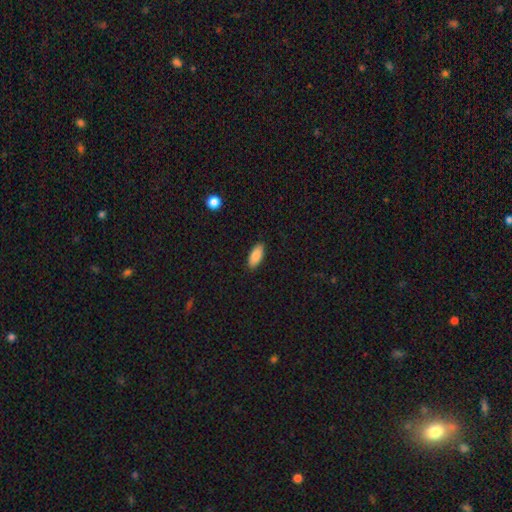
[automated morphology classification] smooth-or-featured: smooth: 87% | star or artifact: 7% | featured or disk: 6%
  how-rounded: in between: 88% | cigar-shaped: 10% | round: 2%
  merging: none: 89% | minor disturbance: 9% | major disturbance: 2% | merger: 1%